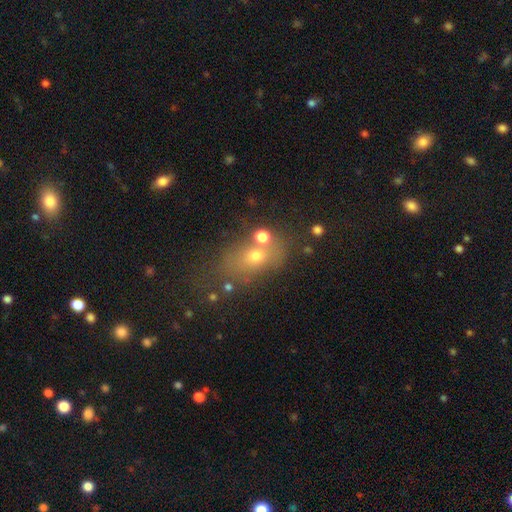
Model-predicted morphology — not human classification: This is likely a smooth galaxy (62%). How rounded: likely in between (65%). Merging: possibly none (53%).